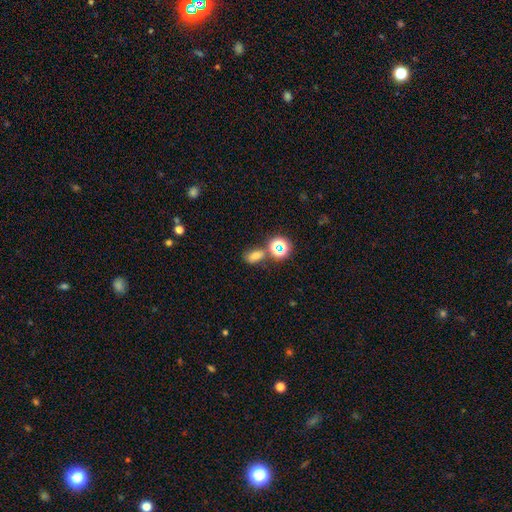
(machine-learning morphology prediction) type=smooth (66%); roundness=in between (74%); merging=none (63%).